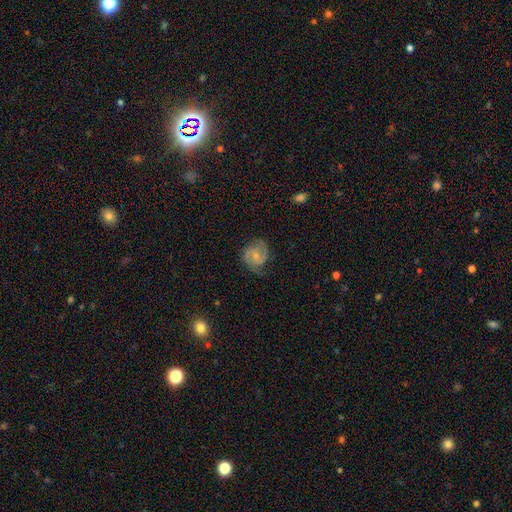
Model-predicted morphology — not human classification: Overall: featured or disk (71%). Edge-on disk: no (98%). Bar: no (52%; weak 40%). Spiral arms: yes (92%). Spiral arm count: 2 (75%). Spiral winding: medium (50%; tight 31%). Bulge size: small (61%; moderate 31%). Merging: none (64%; minor disturbance 24%).